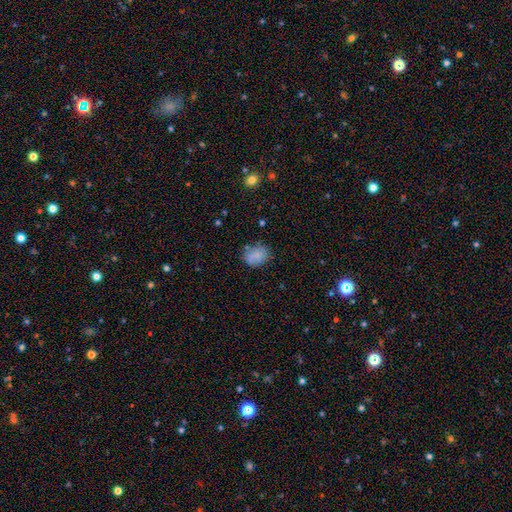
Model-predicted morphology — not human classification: This appears to be a smooth galaxy with no disk features (80%) that is in between round and cigar-shaped (56%). Merging: none (68%).